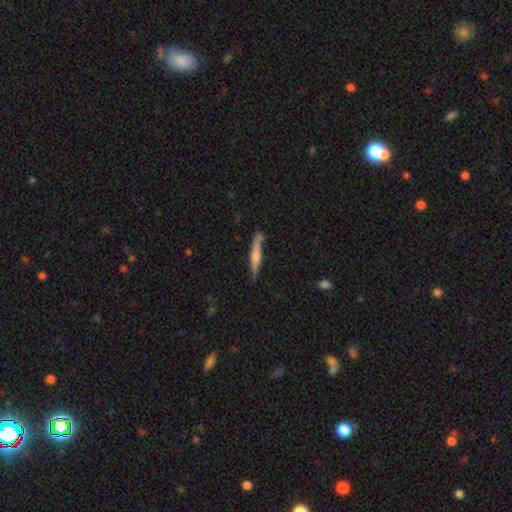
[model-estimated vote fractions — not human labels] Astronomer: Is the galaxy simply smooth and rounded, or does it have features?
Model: featured or disk — 52% (runner-up: smooth, 42%).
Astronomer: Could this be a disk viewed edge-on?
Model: yes — 95%.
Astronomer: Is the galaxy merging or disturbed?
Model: none — 76%.